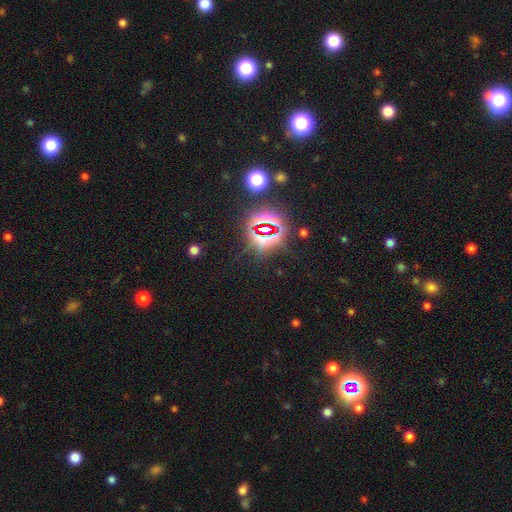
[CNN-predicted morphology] smooth_or_featured: star or artifact (p=0.80) [alt: smooth p=0.12]